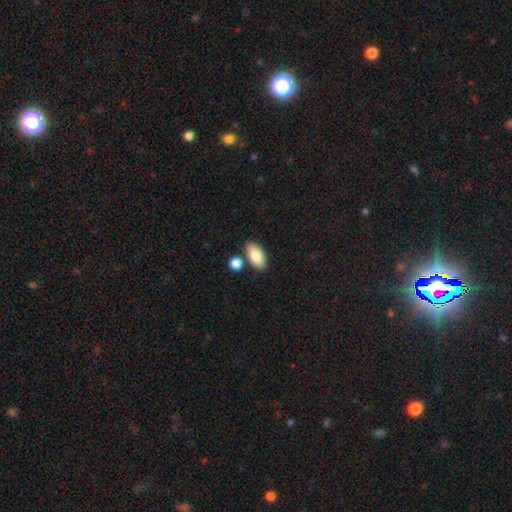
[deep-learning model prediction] This appears to be a smooth galaxy with no disk features (85%) that is in between round and cigar-shaped (91%). Merging: none (77%).